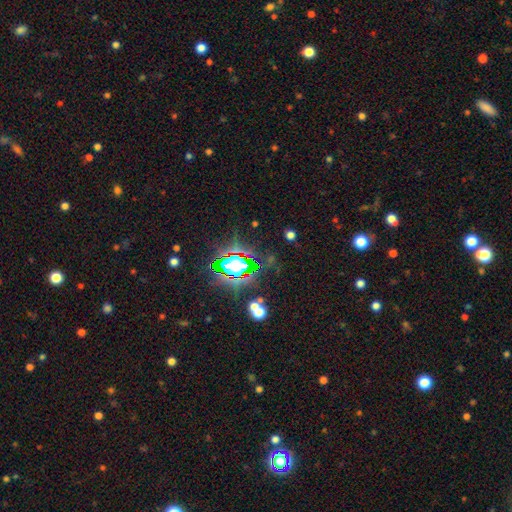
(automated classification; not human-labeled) Smooth or featured? star or artifact (83%)